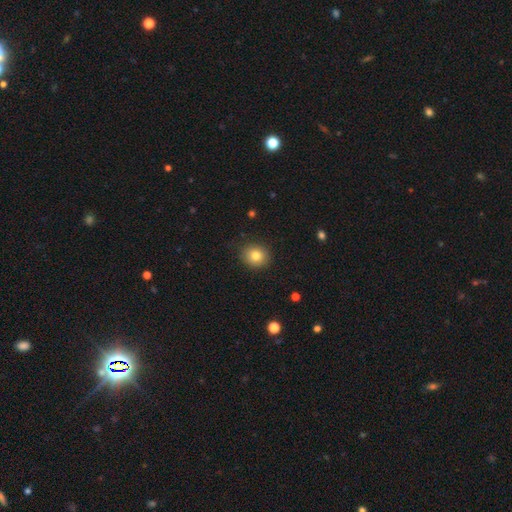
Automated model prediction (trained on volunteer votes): This is clearly a smooth galaxy (81%). How rounded: clearly round (81%). Merging: clearly none (87%).